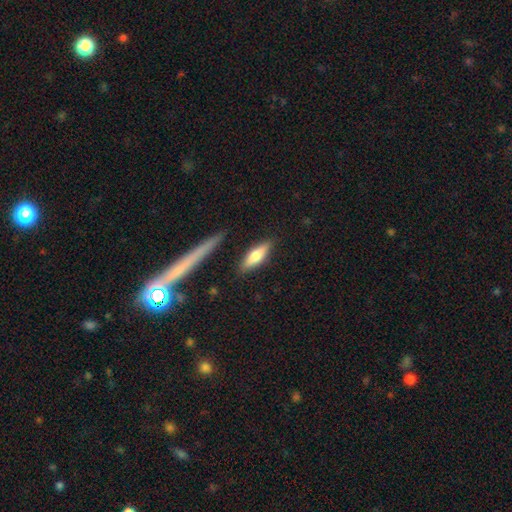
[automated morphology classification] Smooth or featured?
  - smooth: 64% *
  - featured or disk: 29%
  - star or artifact: 6%
How rounded?
  - in between: 49% *
  - cigar-shaped: 48%
  - round: 2%
Merging?
  - none: 84% *
  - minor disturbance: 11%
  - merger: 3%
  - major disturbance: 3%